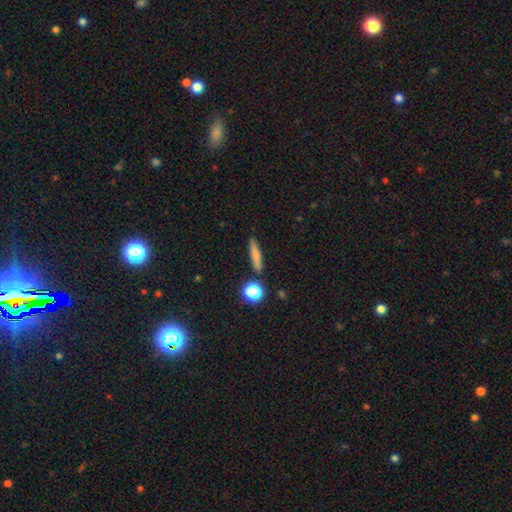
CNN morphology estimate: This is likely a smooth galaxy (76%). How rounded: likely cigar-shaped (80%). Merging: clearly none (86%).